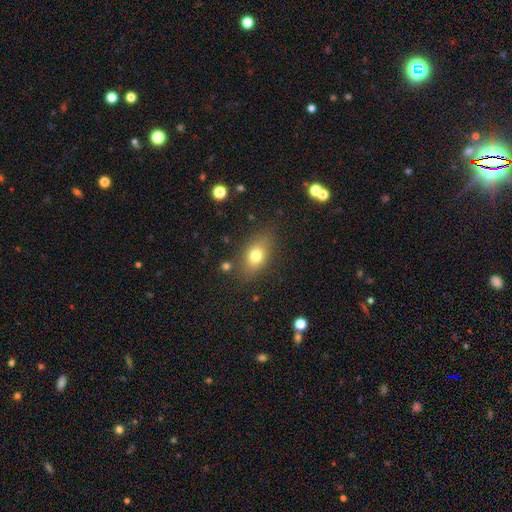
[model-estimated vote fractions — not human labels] This is likely a smooth galaxy (75%). How rounded: likely in between (77%). Merging: likely none (80%).